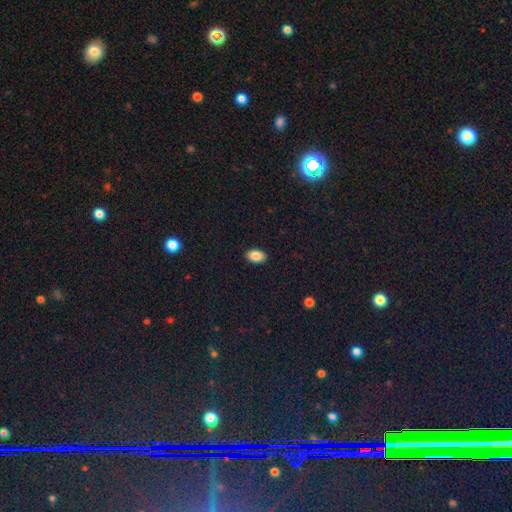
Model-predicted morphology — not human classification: This appears to be a smooth galaxy with no disk features (87%) that is in between round and cigar-shaped (90%). Merging: none (90%).